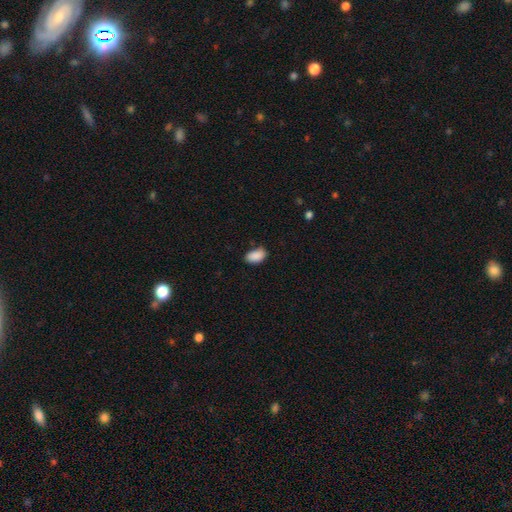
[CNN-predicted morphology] Overall: smooth (90%). How rounded: in between (93%). Merging: none (78%).